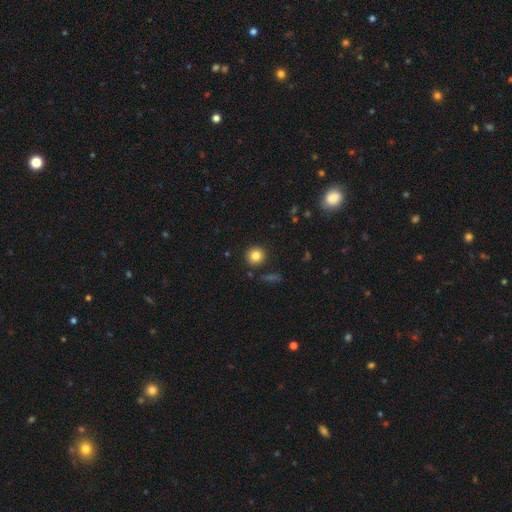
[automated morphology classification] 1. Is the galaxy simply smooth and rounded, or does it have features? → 83% smooth, 10% star or artifact, 7% featured or disk.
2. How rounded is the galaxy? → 92% round, 7% in between, 1% cigar-shaped.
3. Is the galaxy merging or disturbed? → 89% none, 6% minor disturbance, 3% merger, 2% major disturbance.